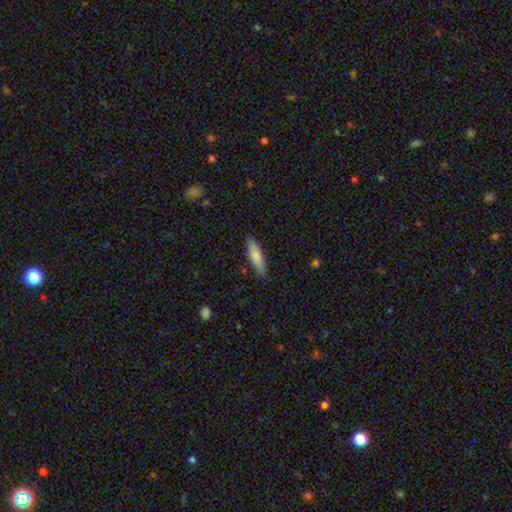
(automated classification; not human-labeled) Q: Smooth or featured?
A: smooth (80%); runner-up: featured or disk (14%)
Q: How rounded?
A: cigar-shaped (66%); runner-up: in between (32%)
Q: Merging?
A: none (85%); runner-up: minor disturbance (11%)